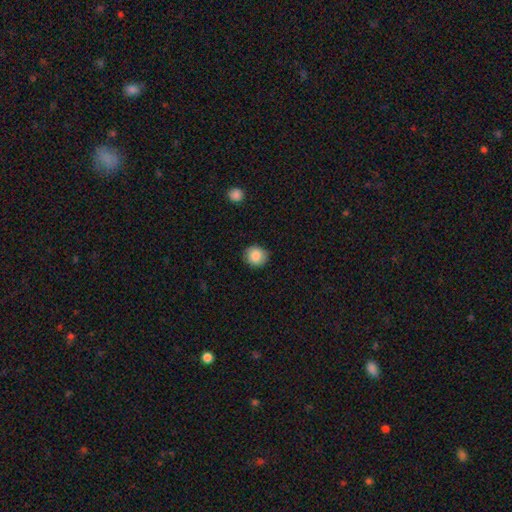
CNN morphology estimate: This appears to be a smooth galaxy with no disk features (86%) that is round (84%). Merging: none (87%).